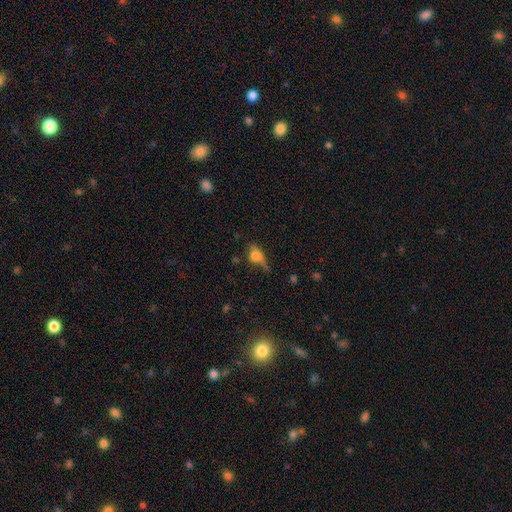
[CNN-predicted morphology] type=smooth (59%); roundness=in between (61%); merging=none (45%).